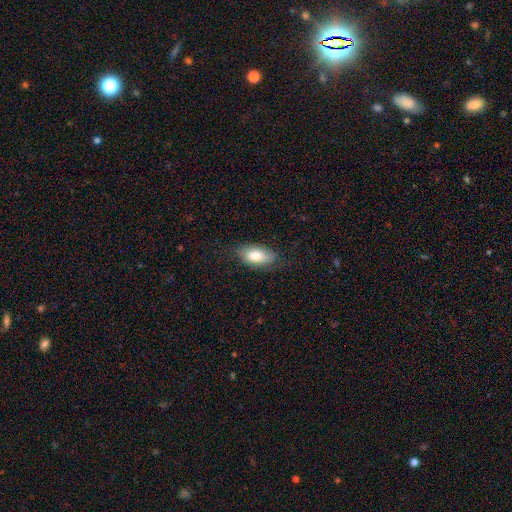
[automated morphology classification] type=smooth (76%); roundness=in between (90%); merging=none (77%).